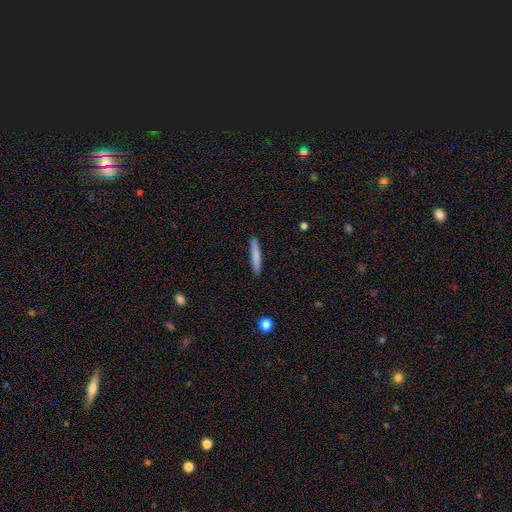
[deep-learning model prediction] smooth 79%, featured or disk 15%, star or artifact 6%. Down the decision tree: how rounded — cigar-shaped (94%); merging — none (90%).